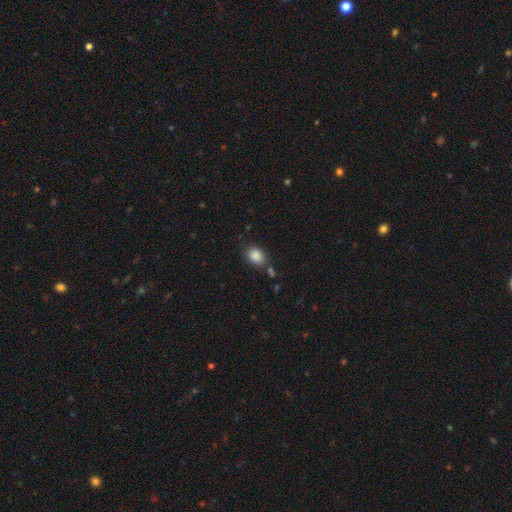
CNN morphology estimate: This appears to be a smooth galaxy with no disk features (87%) that is in between round and cigar-shaped (67%). Merging: none (73%).